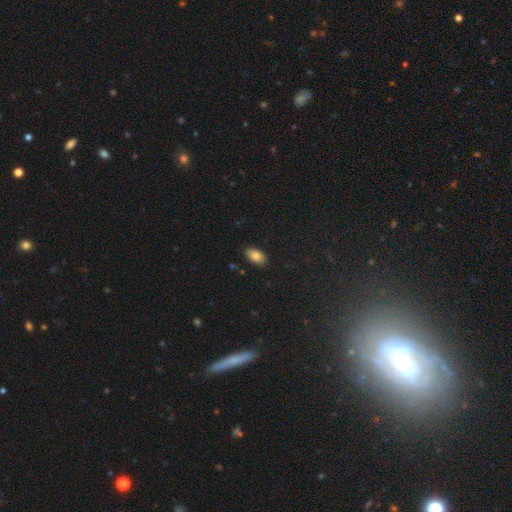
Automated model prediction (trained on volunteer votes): Smooth or featured?
  - smooth: 82% *
  - featured or disk: 10%
  - star or artifact: 9%
How rounded?
  - in between: 93% *
  - round: 5%
  - cigar-shaped: 3%
Merging?
  - none: 85% *
  - minor disturbance: 12%
  - major disturbance: 2%
  - merger: 1%